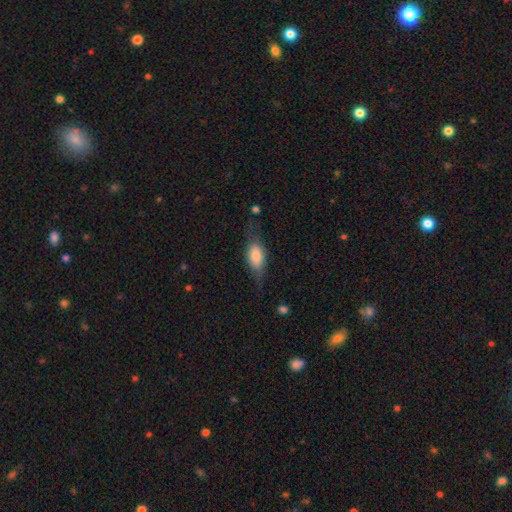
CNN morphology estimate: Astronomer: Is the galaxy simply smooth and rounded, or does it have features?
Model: smooth — 64%.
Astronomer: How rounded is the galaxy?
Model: in between — 77%.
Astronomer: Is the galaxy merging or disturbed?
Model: none — 61%.